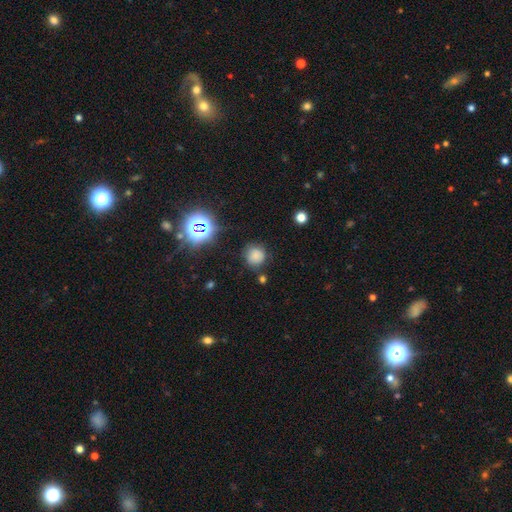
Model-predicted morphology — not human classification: A smooth galaxy with no disk features (74%) that is round (89%). Merging: none (78%).